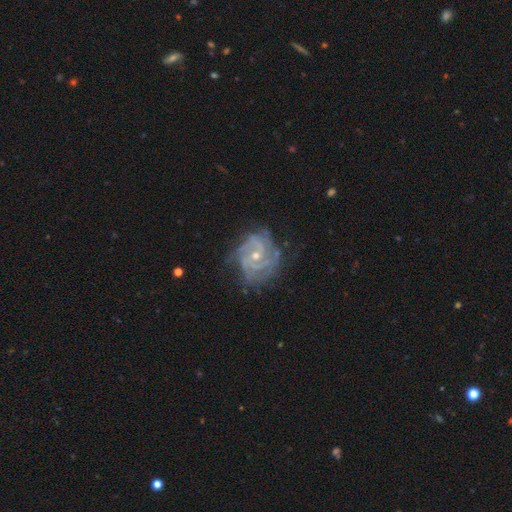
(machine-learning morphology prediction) smooth-or-featured: featured or disk: 89% | star or artifact: 6% | smooth: 5%
  disk-edge-on: no: 98% | yes: 2%
    bar: no: 56% | weak: 34% | strong: 10%
    has-spiral-arms: yes: 98% | no: 2%
      spiral-winding: tight: 62% | medium: 33% | loose: 5%
      spiral-arm-count: 3: 30% | 2: 28% | can't tell: 17% | 4: 13% | more than 4: 6% | 1: 6%
    bulge-size: small: 57% | moderate: 40% | none: 1% | large: 1% | dominant: 1%
  merging: none: 69% | minor disturbance: 21% | major disturbance: 9% | merger: 2%